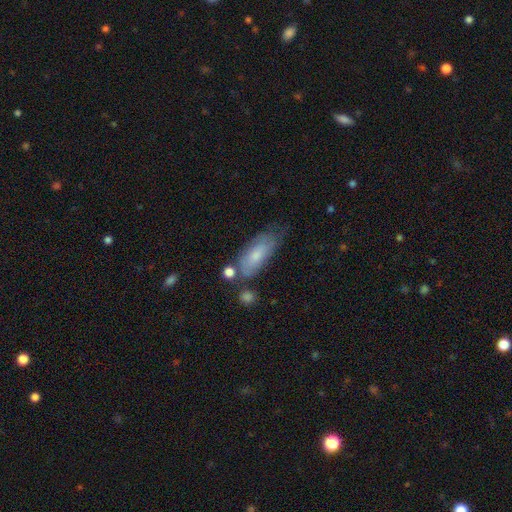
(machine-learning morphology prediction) smooth-or-featured: smooth: 68% | featured or disk: 25% | star or artifact: 7%
  how-rounded: in between: 74% | cigar-shaped: 23% | round: 2%
  merging: none: 50% | minor disturbance: 30% | major disturbance: 11% | merger: 10%